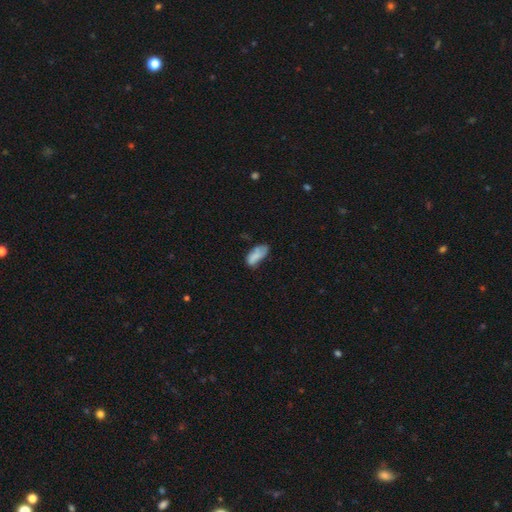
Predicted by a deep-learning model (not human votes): A smooth galaxy with no disk features (77%) that is in between round and cigar-shaped (88%).

Vote fractions:
- Smooth or featured? smooth: 77% / featured or disk: 15% / star or artifact: 9%
- How rounded? in between: 88% / cigar-shaped: 10% / round: 3%
- Merging? none: 43% / minor disturbance: 37% / major disturbance: 15% / merger: 5%